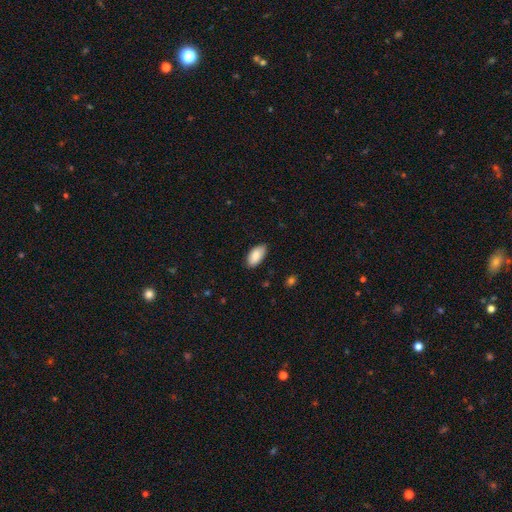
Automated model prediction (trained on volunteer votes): A smooth galaxy with no disk features (85%) that is in between round and cigar-shaped (94%).

Vote fractions:
- Smooth or featured? smooth: 85% / featured or disk: 9% / star or artifact: 6%
- How rounded? in between: 94% / cigar-shaped: 4% / round: 2%
- Merging? none: 84% / minor disturbance: 13% / major disturbance: 2% / merger: 1%